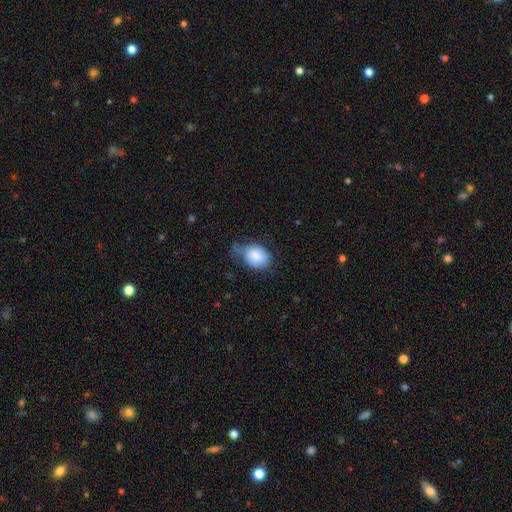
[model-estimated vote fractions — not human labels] Morphology: type=smooth (81%); roundness=in between (68%); merging=minor disturbance (44%).